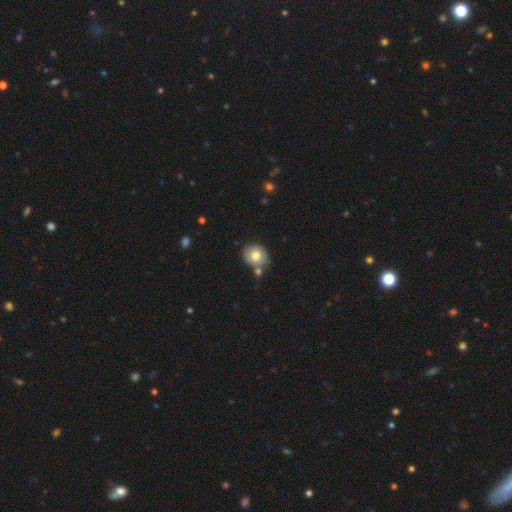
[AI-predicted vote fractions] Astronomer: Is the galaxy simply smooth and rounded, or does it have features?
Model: smooth — 76%.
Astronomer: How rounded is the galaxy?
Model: round — 72%.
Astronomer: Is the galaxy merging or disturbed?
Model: none — 68%.